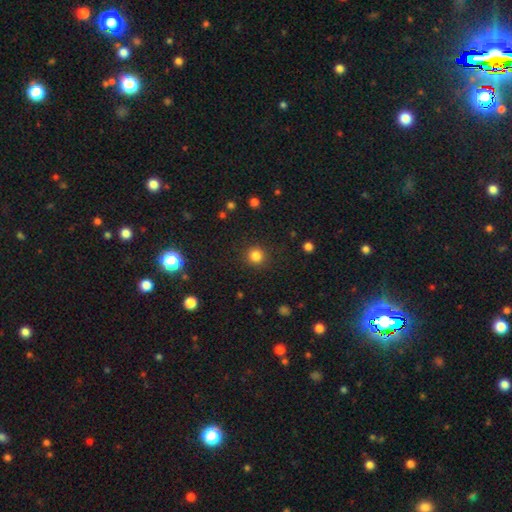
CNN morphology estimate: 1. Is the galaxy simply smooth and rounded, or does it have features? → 83% smooth, 13% star or artifact, 4% featured or disk.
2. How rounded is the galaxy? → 93% round, 6% in between, 1% cigar-shaped.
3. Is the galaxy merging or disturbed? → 90% none, 6% minor disturbance, 3% major disturbance, 1% merger.